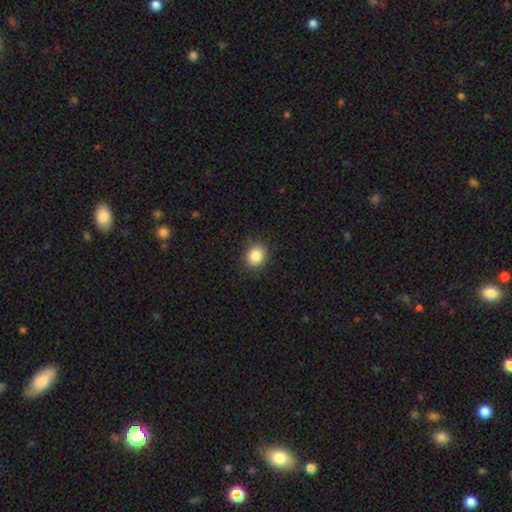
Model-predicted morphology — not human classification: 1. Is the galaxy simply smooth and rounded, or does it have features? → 86% smooth, 10% star or artifact, 4% featured or disk.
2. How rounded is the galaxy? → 78% round, 21% in between, 1% cigar-shaped.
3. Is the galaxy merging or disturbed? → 89% none, 8% minor disturbance, 2% major disturbance, 1% merger.